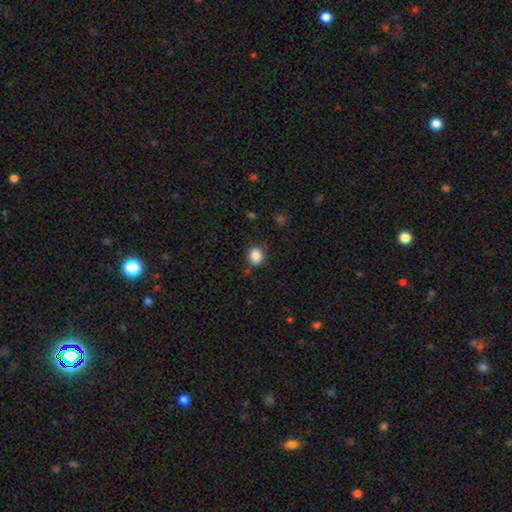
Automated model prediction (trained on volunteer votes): A smooth galaxy with no disk features (86%) that is round (67%). Merging: none (81%).